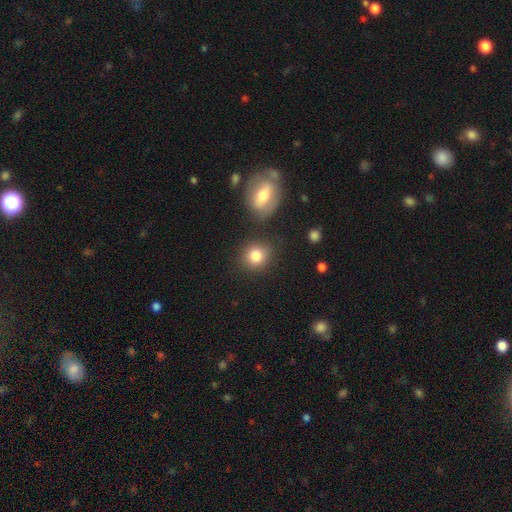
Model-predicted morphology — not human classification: A smooth galaxy with no disk features (82%) that is round (78%). Merging: none (79%).